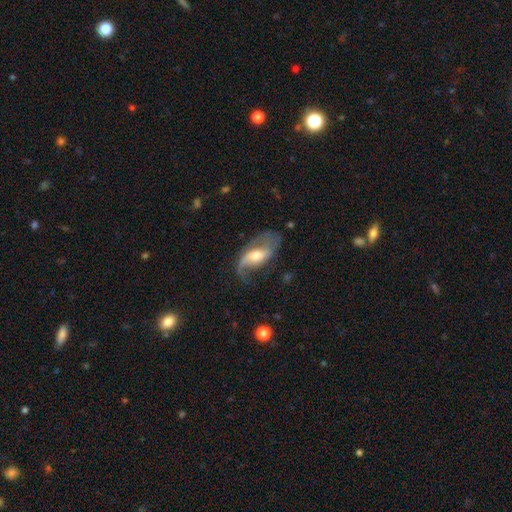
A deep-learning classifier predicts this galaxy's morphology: smooth_or_featured: featured or disk (p=0.78) [alt: smooth p=0.16]
disk_edge_on: no (p=0.94) [alt: yes p=0.06]
bar: weak (p=0.43) [alt: no p=0.35]
has_spiral_arms: yes (p=0.91) [alt: no p=0.09]
spiral_winding: loose (p=0.63) [alt: medium p=0.28]
spiral_arm_count: 2 (p=0.72) [alt: 1 p=0.20]
bulge_size: moderate (p=0.61) [alt: small p=0.25]
merging: none (p=0.51) [alt: minor disturbance p=0.24]